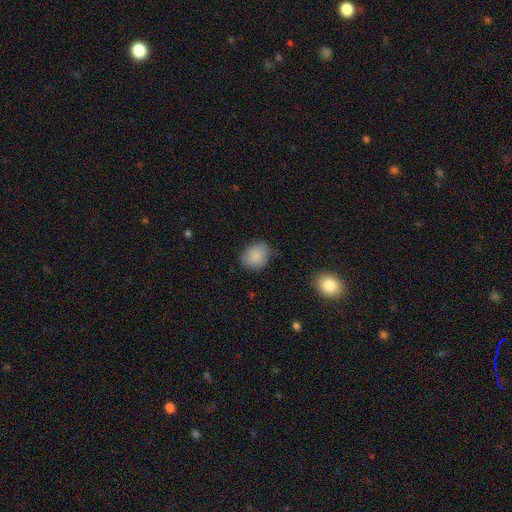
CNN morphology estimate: A smooth galaxy with no disk features (87%) that is round (58%).

Vote fractions:
- Smooth or featured? smooth: 87% / star or artifact: 8% / featured or disk: 5%
- How rounded? round: 58% / in between: 41% / cigar-shaped: 1%
- Merging? none: 79% / minor disturbance: 16% / major disturbance: 3% / merger: 1%